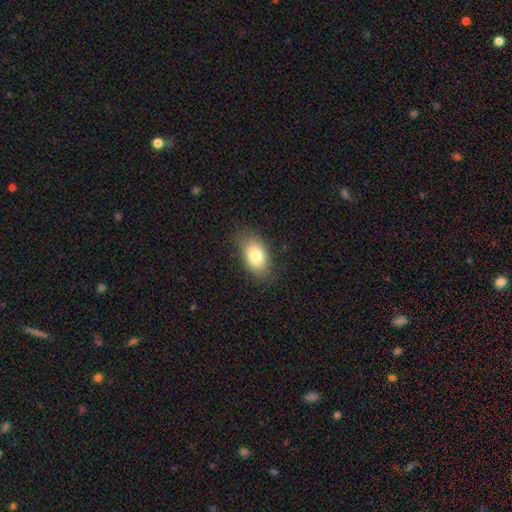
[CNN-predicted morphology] smooth-or-featured: smooth: 80% | featured or disk: 12% | star or artifact: 8%
  how-rounded: in between: 88% | round: 10% | cigar-shaped: 2%
  merging: none: 78% | minor disturbance: 17% | major disturbance: 4% | merger: 1%